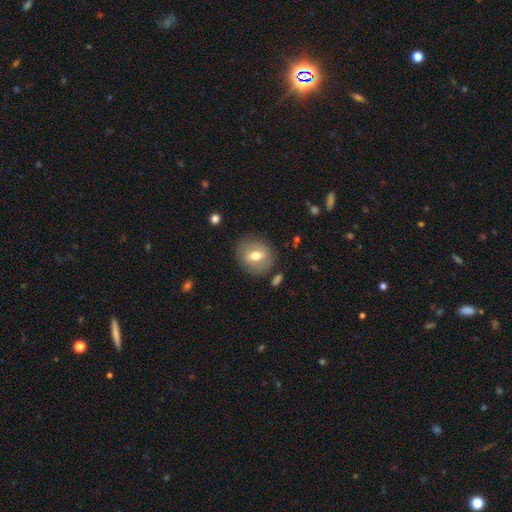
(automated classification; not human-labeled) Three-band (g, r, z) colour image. It shows a smooth galaxy with no disk features (58%) that is round (67%). Merging: none (82%).